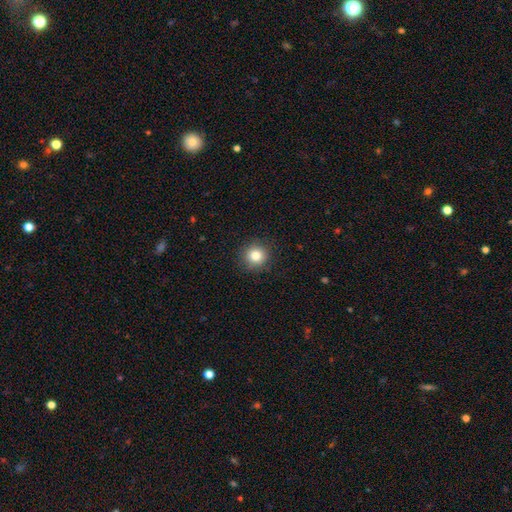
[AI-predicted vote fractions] smooth-or-featured: smooth: 82% | star or artifact: 11% | featured or disk: 7%
  how-rounded: round: 93% | in between: 6% | cigar-shaped: 1%
  merging: none: 90% | minor disturbance: 7% | major disturbance: 2% | merger: 1%